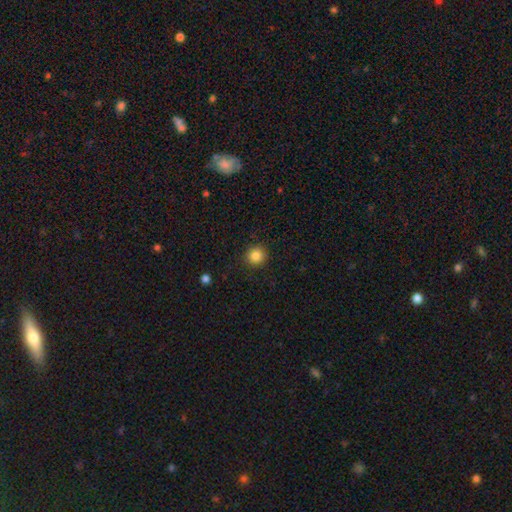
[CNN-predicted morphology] smooth 85%, star or artifact 11%, featured or disk 4%. Down the decision tree: how rounded — round (92%); merging — none (91%).